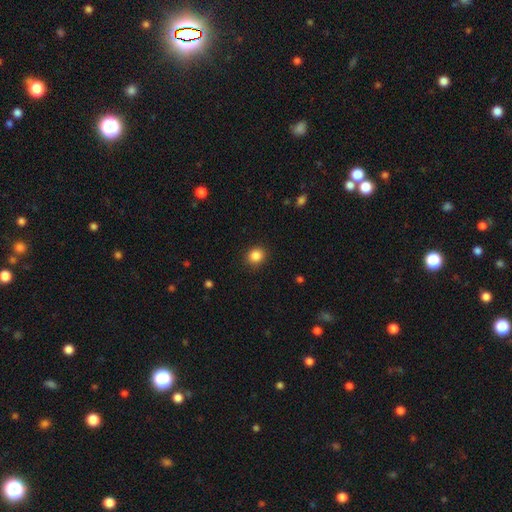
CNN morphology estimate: A smooth galaxy with no disk features (86%) that is round (80%).

Vote fractions:
- Smooth or featured? smooth: 86% / star or artifact: 10% / featured or disk: 4%
- How rounded? round: 80% / in between: 19% / cigar-shaped: 1%
- Merging? none: 89% / minor disturbance: 7% / major disturbance: 2% / merger: 1%